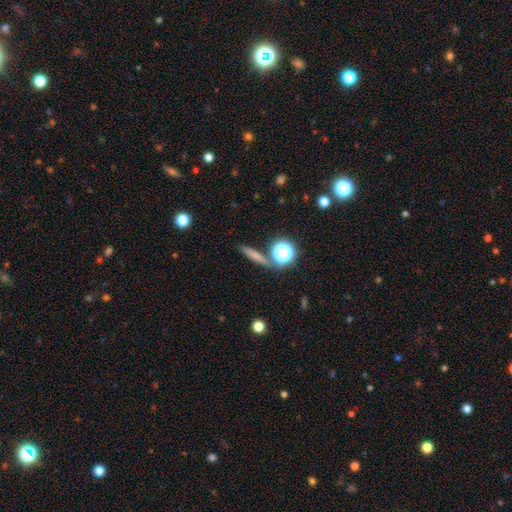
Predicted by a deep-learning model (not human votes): Smooth or featured? Predicted: smooth (p=0.62). How rounded? Predicted: cigar-shaped (p=0.66). Merging? Predicted: none (p=0.81).